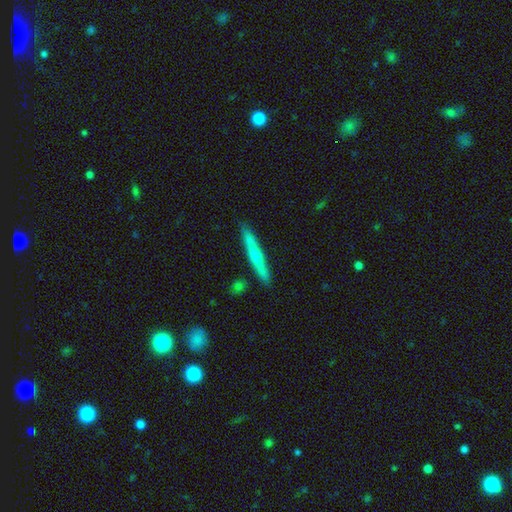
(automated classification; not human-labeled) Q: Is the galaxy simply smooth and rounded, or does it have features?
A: featured or disk — 50%.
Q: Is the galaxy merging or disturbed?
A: none — 88%.